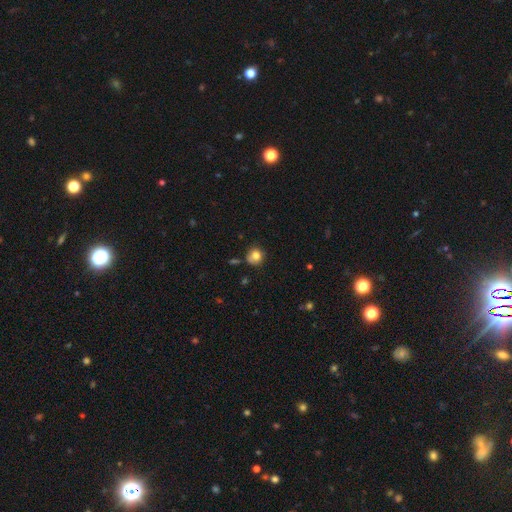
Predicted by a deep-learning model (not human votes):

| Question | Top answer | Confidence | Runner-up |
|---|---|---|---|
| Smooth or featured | smooth | 80% | star or artifact (11%) |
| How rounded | round | 85% | in between (14%) |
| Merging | none | 68% | minor disturbance (21%) |